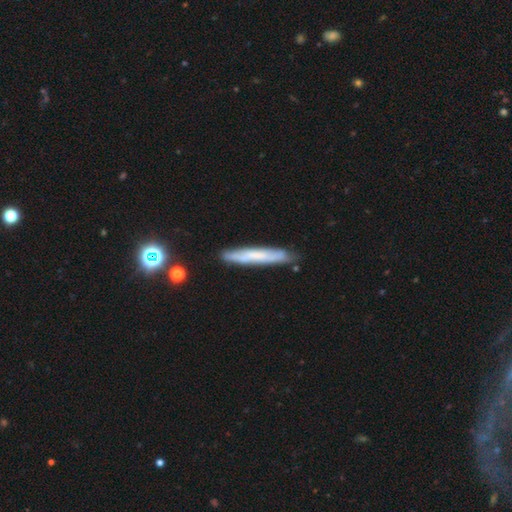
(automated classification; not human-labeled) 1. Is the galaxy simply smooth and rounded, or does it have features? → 54% smooth, 38% featured or disk, 8% star or artifact.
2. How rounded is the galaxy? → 94% cigar-shaped, 4% in between, 1% round.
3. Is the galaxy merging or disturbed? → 83% none, 12% minor disturbance, 2% major disturbance, 2% merger.